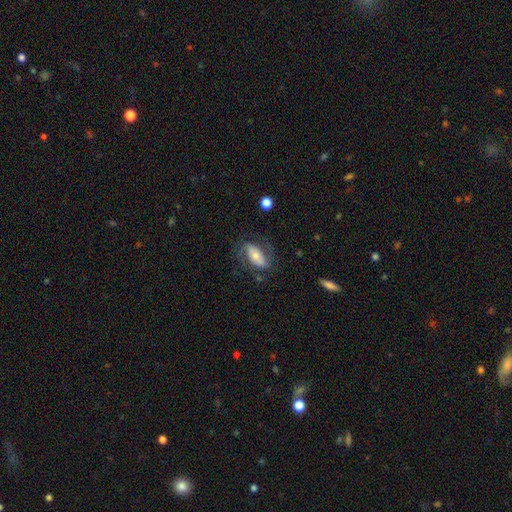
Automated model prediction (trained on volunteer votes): Morphology: type=smooth (52%); roundness=in between (84%); merging=none (65%).